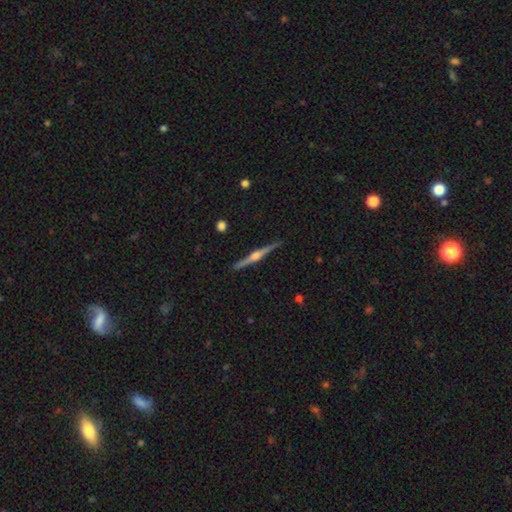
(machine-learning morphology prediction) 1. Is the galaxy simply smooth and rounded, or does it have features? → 83% featured or disk, 12% smooth, 5% star or artifact.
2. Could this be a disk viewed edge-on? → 99% yes, 1% no.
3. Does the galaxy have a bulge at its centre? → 93% rounded, 4% boxy, 3% none.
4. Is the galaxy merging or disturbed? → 91% none, 7% minor disturbance, 1% major disturbance, 1% merger.